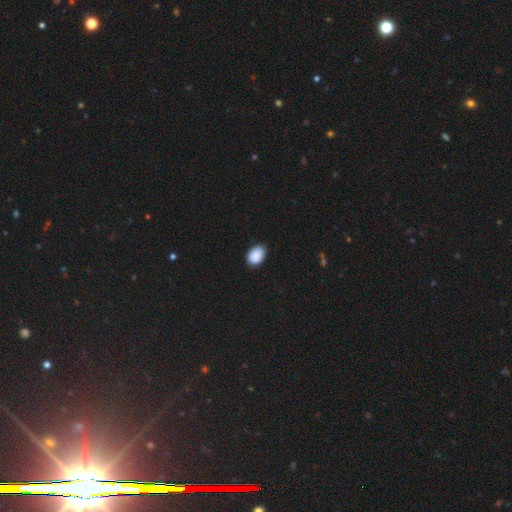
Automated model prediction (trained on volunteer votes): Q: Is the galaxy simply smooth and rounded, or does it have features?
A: smooth — 90%.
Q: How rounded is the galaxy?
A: in between — 79%.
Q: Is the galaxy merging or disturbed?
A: none — 83%.